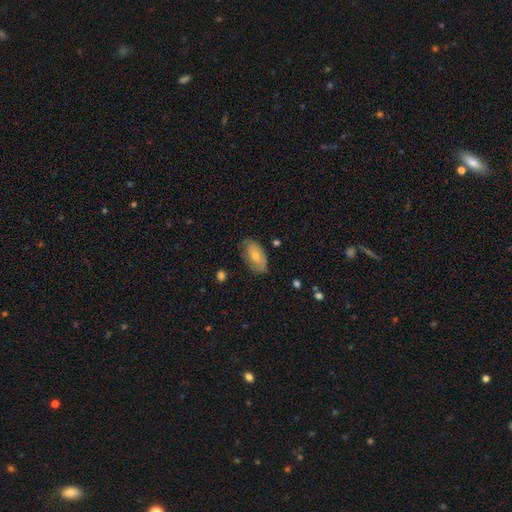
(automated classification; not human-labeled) A smooth galaxy with no disk features (60%) that is in between round and cigar-shaped (92%).

Vote fractions:
- Smooth or featured? smooth: 60% / featured or disk: 34% / star or artifact: 6%
- How rounded? in between: 92% / round: 6% / cigar-shaped: 3%
- Merging? none: 68% / minor disturbance: 25% / major disturbance: 5% / merger: 2%